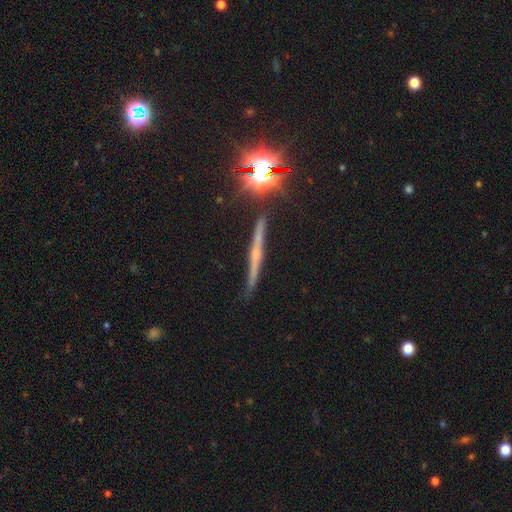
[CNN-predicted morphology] Smooth or featured? featured or disk (62%)
Edge-on disk? yes (96%)
Edge-on bulge? rounded (52%)
Merging? none (84%)